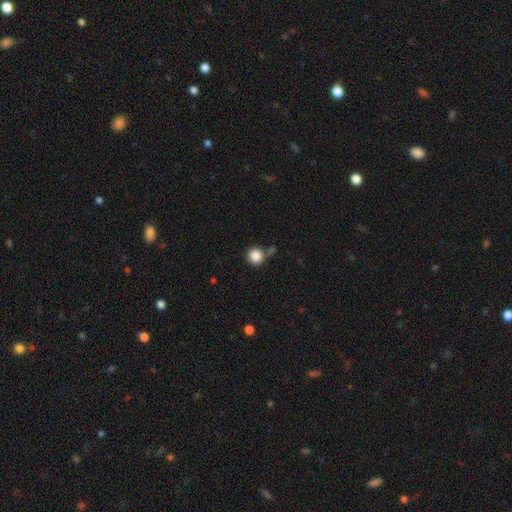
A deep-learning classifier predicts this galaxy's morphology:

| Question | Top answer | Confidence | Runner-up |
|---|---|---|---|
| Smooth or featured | smooth | 86% | star or artifact (10%) |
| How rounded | round | 92% | in between (7%) |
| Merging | none | 73% | merger (13%) |